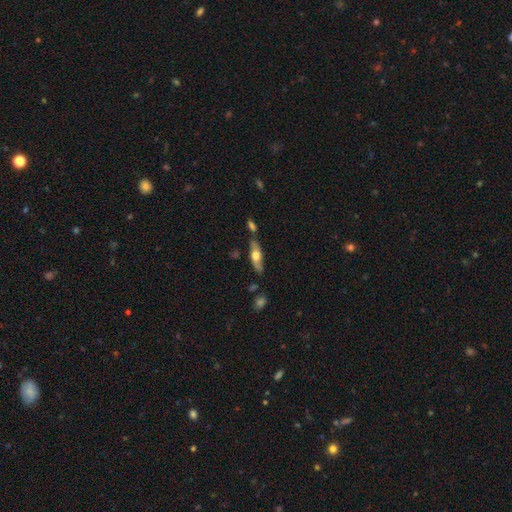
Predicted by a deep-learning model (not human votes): A featured or disk galaxy (49%). Merging: none (67%).